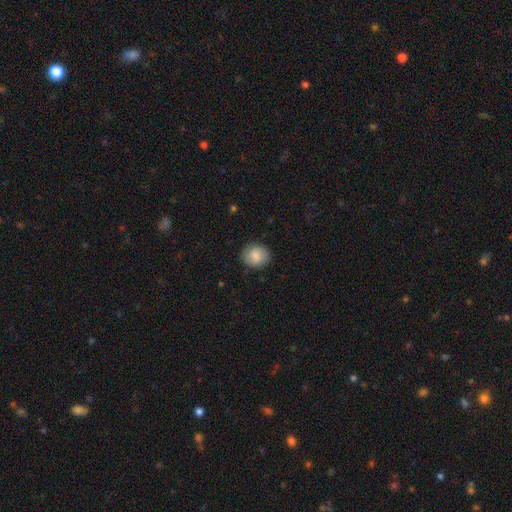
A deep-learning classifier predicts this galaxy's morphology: smooth-or-featured: smooth: 84% | featured or disk: 9% | star or artifact: 7%
  how-rounded: round: 74% | in between: 25% | cigar-shaped: 1%
  merging: none: 87% | minor disturbance: 10% | major disturbance: 3% | merger: 1%